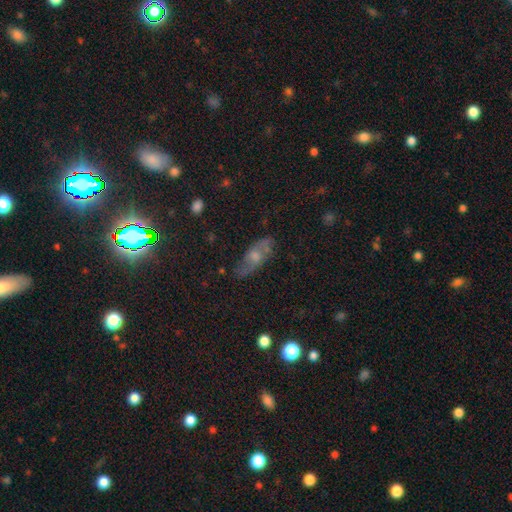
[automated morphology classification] The model was most divided on "smooth or featured": featured or disk: 48%, smooth: 38%, star or artifact: 14%. More confident: merging — none (73%).